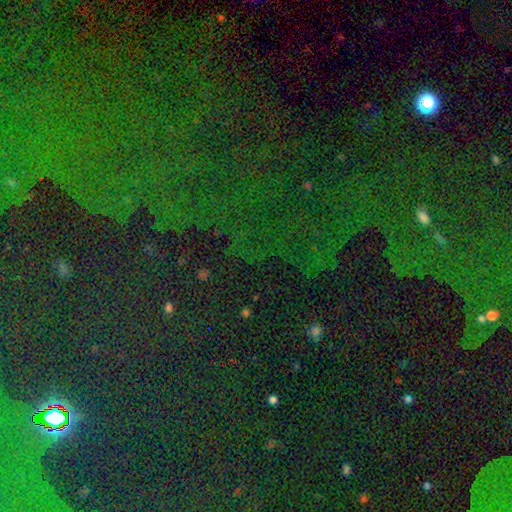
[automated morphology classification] smooth-or-featured: star or artifact: 79% | smooth: 12% | featured or disk: 9%